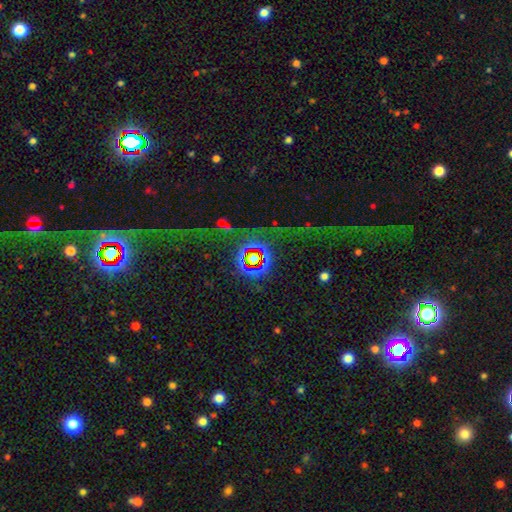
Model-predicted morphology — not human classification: Q: Smooth or featured?
A: star or artifact (73%); runner-up: smooth (15%)